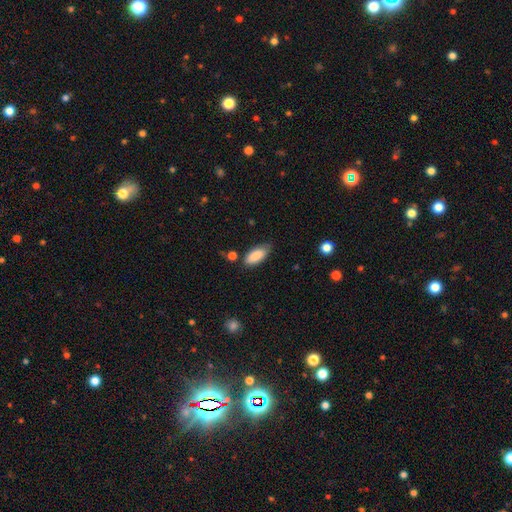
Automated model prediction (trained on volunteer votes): The model was most divided on "merging": none: 71%, minor disturbance: 22%, major disturbance: 4%, merger: 3%. More confident: smooth or featured — smooth (87%); how rounded — in between (86%).